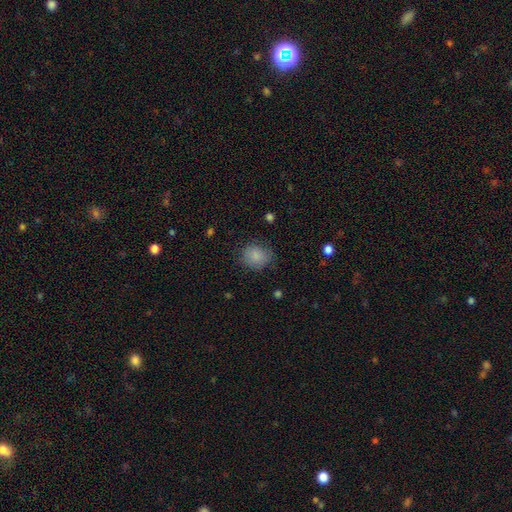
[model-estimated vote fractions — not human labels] Q: Smooth or featured?
A: smooth (84%); runner-up: star or artifact (9%)
Q: How rounded?
A: round (69%); runner-up: in between (31%)
Q: Merging?
A: none (75%); runner-up: minor disturbance (19%)